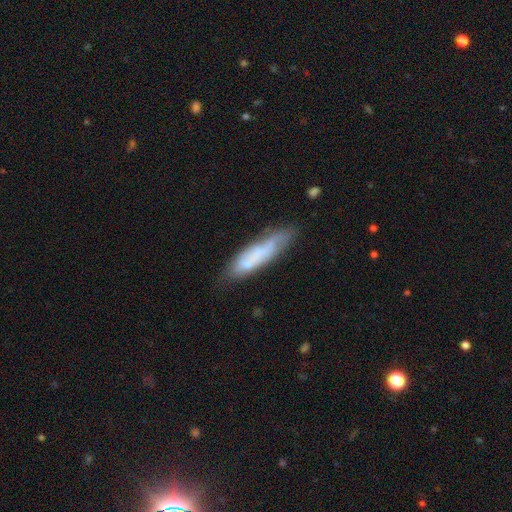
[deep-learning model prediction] This is possibly a smooth galaxy (60%). How rounded: likely cigar-shaped (74%). Merging: likely none (64%).